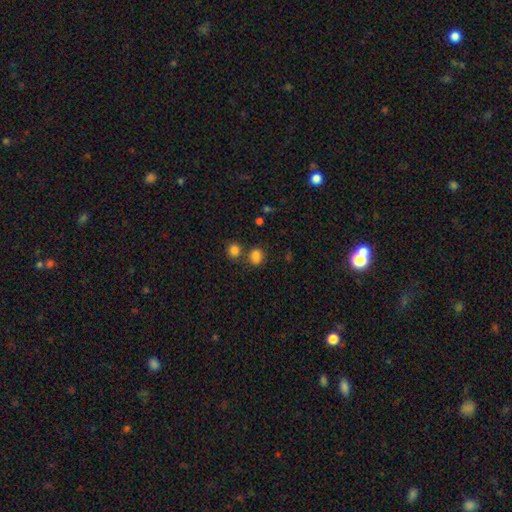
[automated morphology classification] The model was most divided on "how rounded": round: 66%, in between: 33%, cigar-shaped: 1%. More confident: smooth or featured — smooth (78%); merging — none (61%).